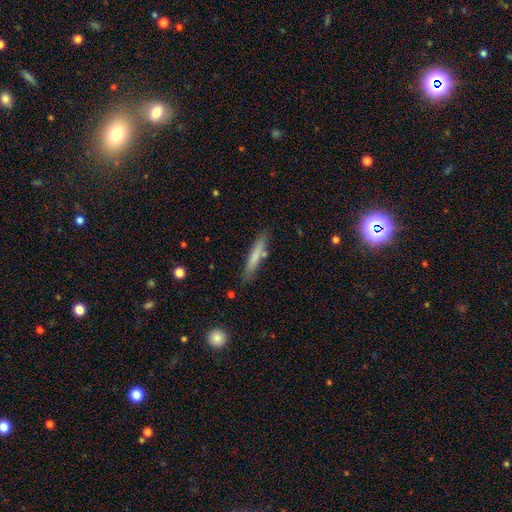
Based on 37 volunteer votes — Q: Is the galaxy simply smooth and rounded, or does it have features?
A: smooth — 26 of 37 (70%).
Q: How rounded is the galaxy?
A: cigar-shaped — 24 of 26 (92%).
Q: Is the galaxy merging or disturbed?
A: none — 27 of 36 (75%).